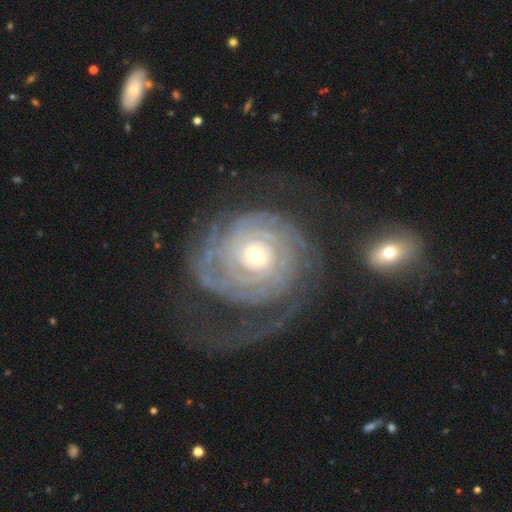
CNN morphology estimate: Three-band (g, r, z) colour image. It shows a featured or disk galaxy (91%) with no bar (73%), 2 (27%, tied with can't tell) tight (82%) spiral arms (97%) and a small central bulge (52%). Merging: none (56%).